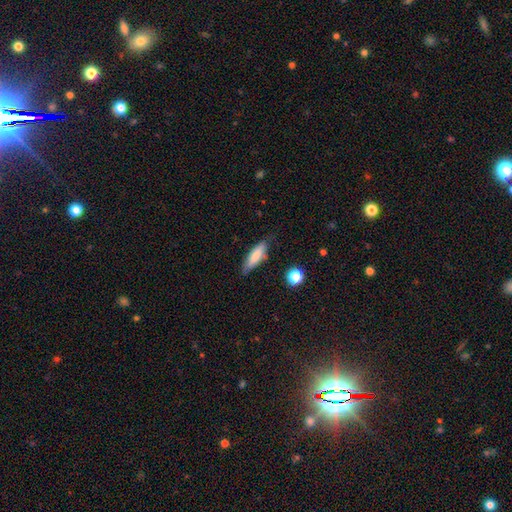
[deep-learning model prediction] smooth-or-featured: smooth: 76% | featured or disk: 17% | star or artifact: 7%
  how-rounded: cigar-shaped: 53% | in between: 45% | round: 2%
  merging: none: 73% | minor disturbance: 20% | major disturbance: 4% | merger: 3%